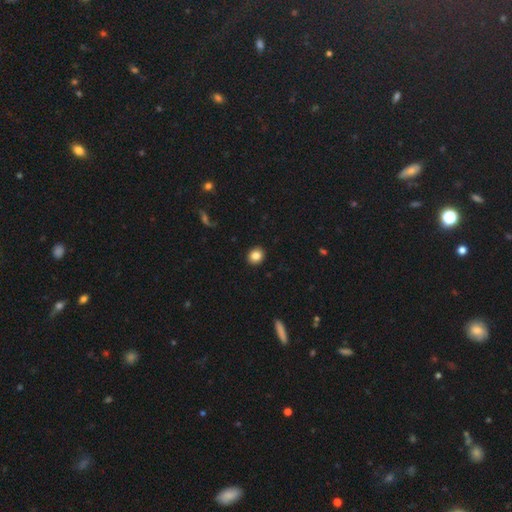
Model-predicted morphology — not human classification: This appears to be a smooth galaxy with no disk features (85%) that is round (74%). Merging: none (92%).